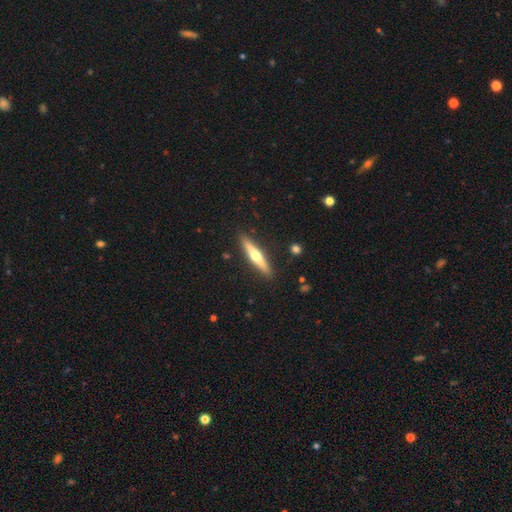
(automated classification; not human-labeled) smooth_or_featured: featured or disk (p=0.60) [alt: smooth p=0.35]
disk_edge_on: yes (p=0.96) [alt: no p=0.04]
edge_on_bulge: rounded (p=0.92) [alt: none p=0.05]
merging: none (p=0.90) [alt: minor disturbance p=0.07]